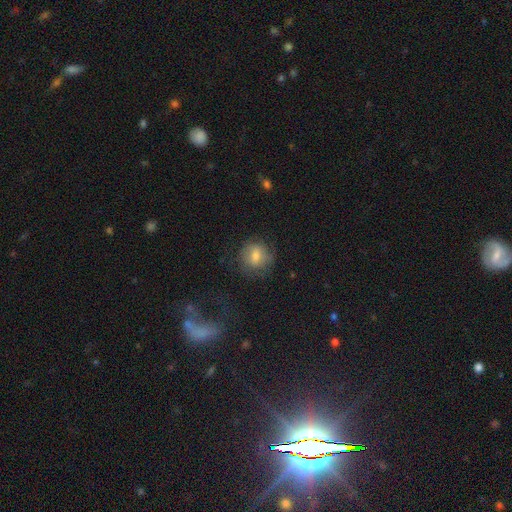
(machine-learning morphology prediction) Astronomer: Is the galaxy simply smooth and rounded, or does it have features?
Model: smooth — 65%.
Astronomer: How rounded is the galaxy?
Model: round — 79%.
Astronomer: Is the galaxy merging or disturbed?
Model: none — 72%.